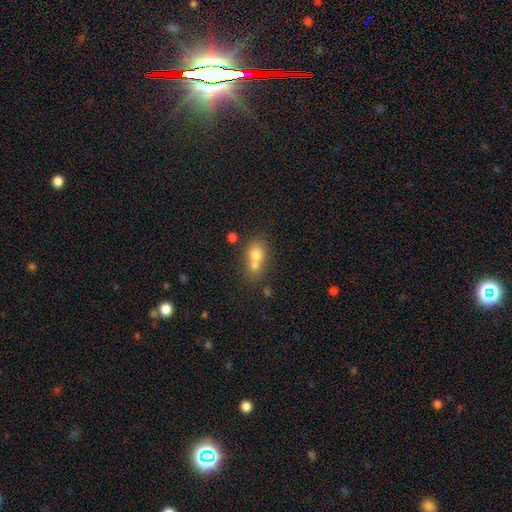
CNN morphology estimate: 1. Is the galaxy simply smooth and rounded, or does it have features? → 67% smooth, 18% featured or disk, 15% star or artifact.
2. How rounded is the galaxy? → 55% round, 42% in between, 3% cigar-shaped.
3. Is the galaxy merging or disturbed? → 61% merger, 28% none, 7% minor disturbance, 4% major disturbance.